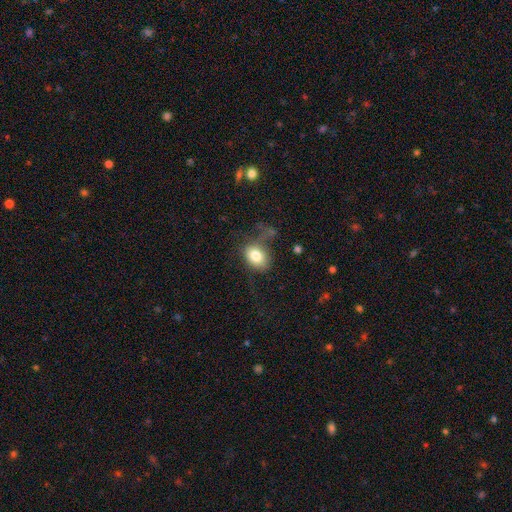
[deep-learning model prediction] smooth-or-featured: smooth: 80% | featured or disk: 11% | star or artifact: 9%
  how-rounded: in between: 74% | round: 25% | cigar-shaped: 1%
  merging: none: 50% | minor disturbance: 25% | major disturbance: 20% | merger: 5%